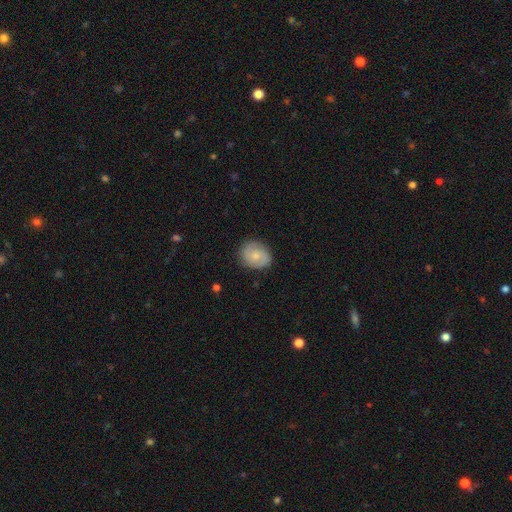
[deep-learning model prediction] A featured or disk galaxy (58%) with no bar (67%), 2 (82%) tight (45%) spiral arms (91%) and a small central bulge (56%). Merging: none (84%).